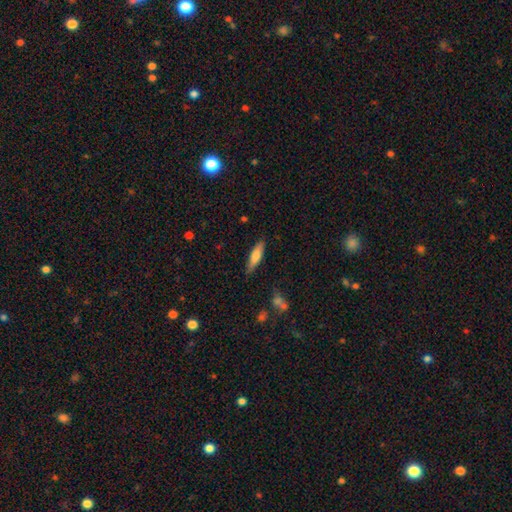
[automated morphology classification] Smooth or featured?
  - smooth: 71% *
  - featured or disk: 23%
  - star or artifact: 6%
How rounded?
  - cigar-shaped: 69% *
  - in between: 29%
  - round: 2%
Merging?
  - none: 83% *
  - minor disturbance: 12%
  - major disturbance: 2%
  - merger: 2%